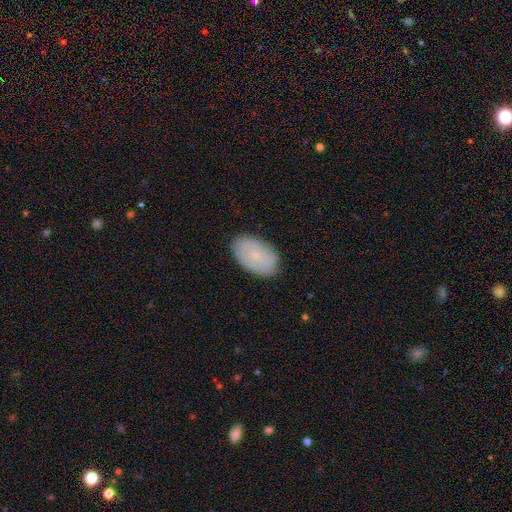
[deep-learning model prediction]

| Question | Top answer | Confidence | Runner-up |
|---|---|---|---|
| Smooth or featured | smooth | 64% | featured or disk (28%) |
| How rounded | in between | 92% | round (7%) |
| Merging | none | 85% | minor disturbance (12%) |